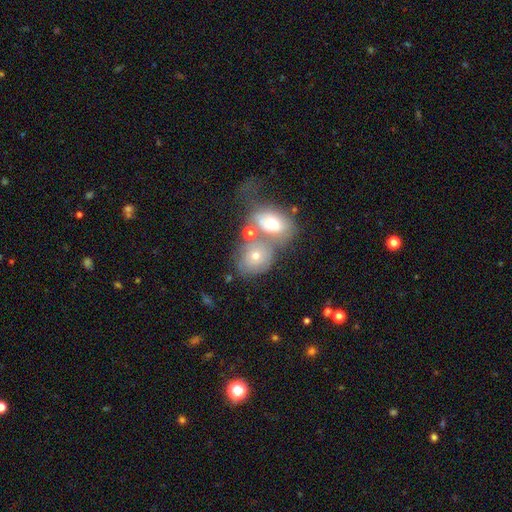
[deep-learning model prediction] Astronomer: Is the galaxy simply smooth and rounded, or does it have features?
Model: smooth — 53% (runner-up: featured or disk, 35%).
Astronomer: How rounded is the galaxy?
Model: in between — 50% (runner-up: round, 49%).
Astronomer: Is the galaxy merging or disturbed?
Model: merger — 49% (runner-up: none, 30%).